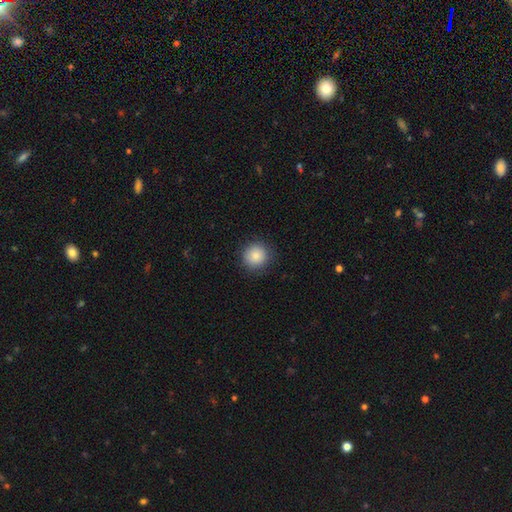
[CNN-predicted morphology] smooth_or_featured: smooth (p=0.85) [alt: star or artifact p=0.09]
how_rounded: round (p=0.94) [alt: in between p=0.05]
merging: none (p=0.90) [alt: minor disturbance p=0.07]